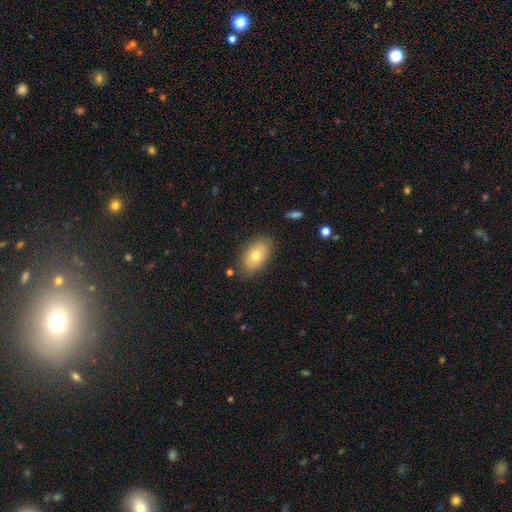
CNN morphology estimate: Q: Smooth or featured?
A: smooth (73%); runner-up: featured or disk (19%)
Q: How rounded?
A: in between (90%); runner-up: round (8%)
Q: Merging?
A: none (84%); runner-up: minor disturbance (12%)